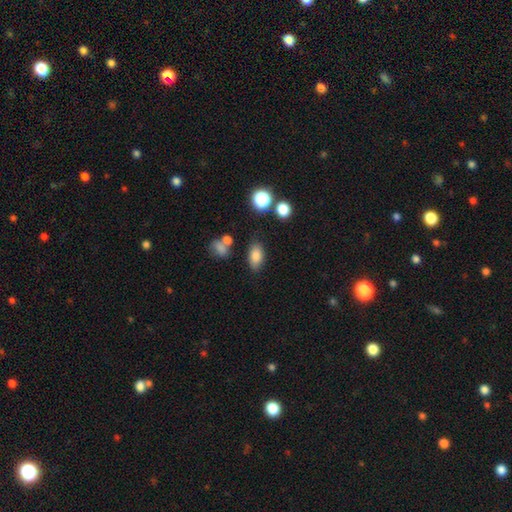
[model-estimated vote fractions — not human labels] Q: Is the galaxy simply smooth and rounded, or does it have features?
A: smooth — 82%.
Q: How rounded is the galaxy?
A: in between — 88%.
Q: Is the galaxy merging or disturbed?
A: none — 79%.